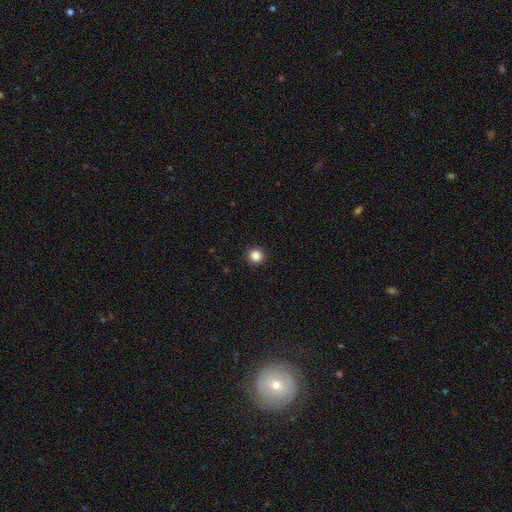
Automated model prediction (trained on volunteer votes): Smooth or featured? smooth (85%)
How rounded? round (93%)
Merging? none (93%)